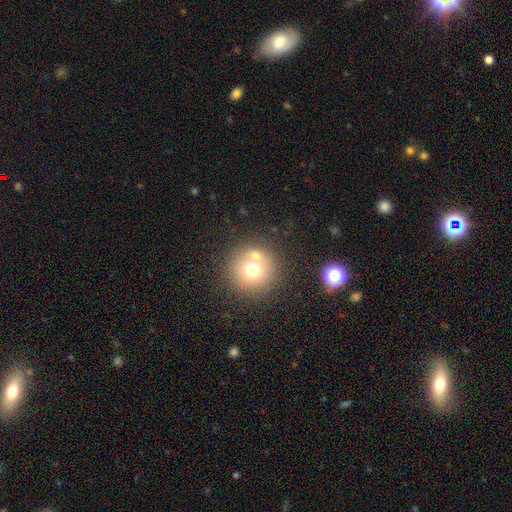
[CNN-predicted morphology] Smooth or featured?
  - smooth: 68% *
  - featured or disk: 18%
  - star or artifact: 15%
How rounded?
  - round: 94% *
  - in between: 5%
  - cigar-shaped: 1%
Merging?
  - none: 66% *
  - merger: 21%
  - minor disturbance: 9%
  - major disturbance: 4%